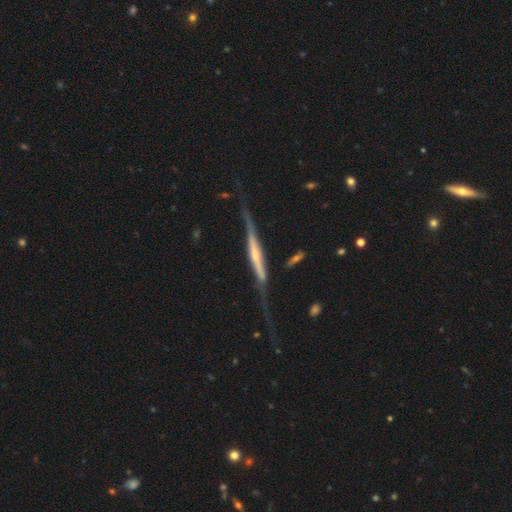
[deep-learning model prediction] A featured or disk galaxy (78%) viewed edge-on (91%) with a rounded central bulge (42%). Merging: none (45%).